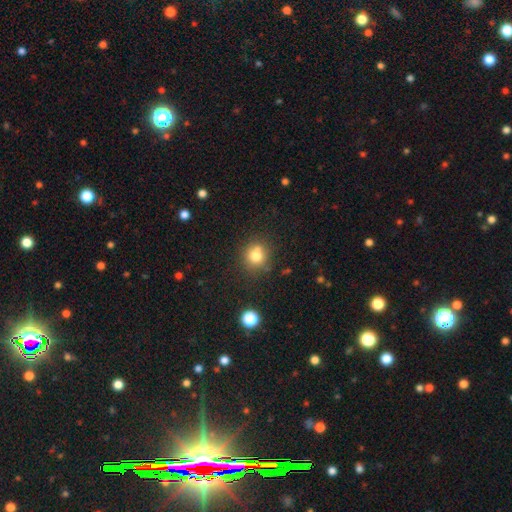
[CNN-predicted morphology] type=smooth (76%); roundness=round (85%); merging=none (67%).